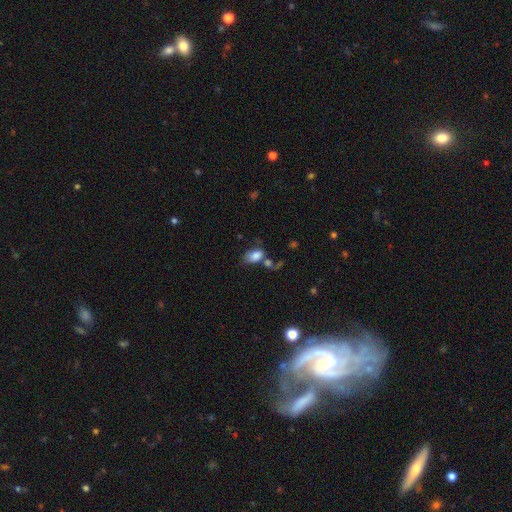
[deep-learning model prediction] A smooth galaxy with no disk features (80%) that is in between round and cigar-shaped (90%). Merging: none (36%).